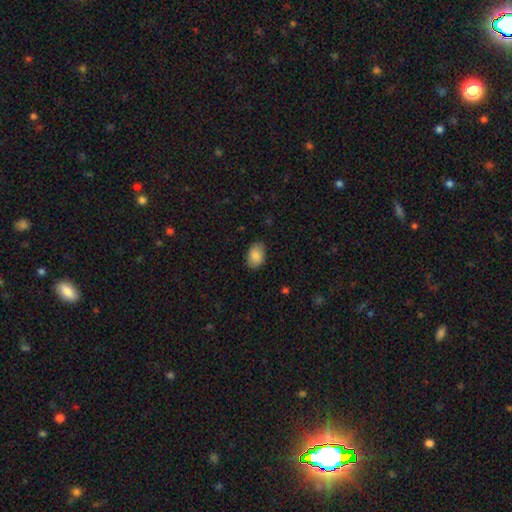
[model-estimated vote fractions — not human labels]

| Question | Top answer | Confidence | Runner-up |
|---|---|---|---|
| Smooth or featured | smooth | 87% | star or artifact (7%) |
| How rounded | in between | 85% | round (13%) |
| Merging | none | 84% | minor disturbance (13%) |